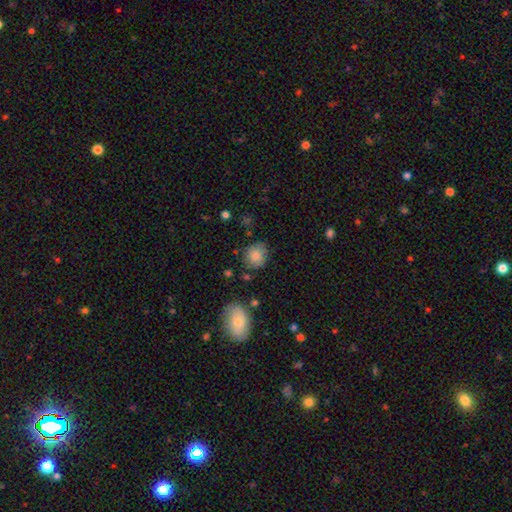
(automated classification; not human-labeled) Smooth or featured: smooth — 83% (featured or disk — 9%)
How rounded: round — 72% (in between — 27%)
Merging: none — 72% (minor disturbance — 19%)